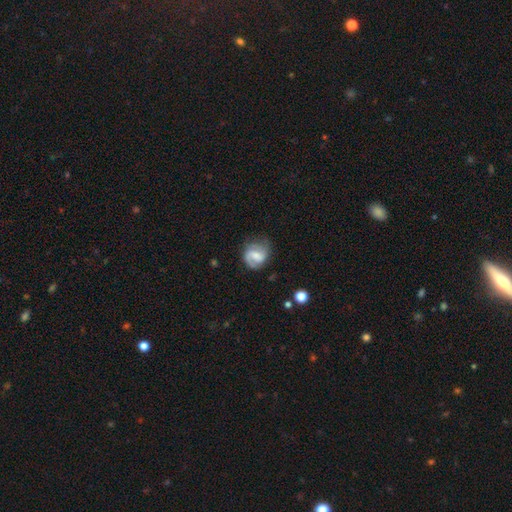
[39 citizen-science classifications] smooth-or-featured: featured or disk: 72% | smooth: 26% | star or artifact: 3%
  disk-edge-on: no: 100% | yes: 0%
    bar: weak: 50% | no: 32% | strong: 18%
    has-spiral-arms: yes: 93% | no: 7%
      spiral-winding: tight: 50% | medium: 46% | loose: 4%
      spiral-arm-count: 2: 62% | 1: 23% | can't tell: 12% | 3: 4% | 4: 0% | more than 4: 0%
    bulge-size: small: 39% | moderate: 32% | none: 18% | large: 11% | dominant: 0%
  merging: none: 47% | major disturbance: 26% | minor disturbance: 24% | merger: 3%